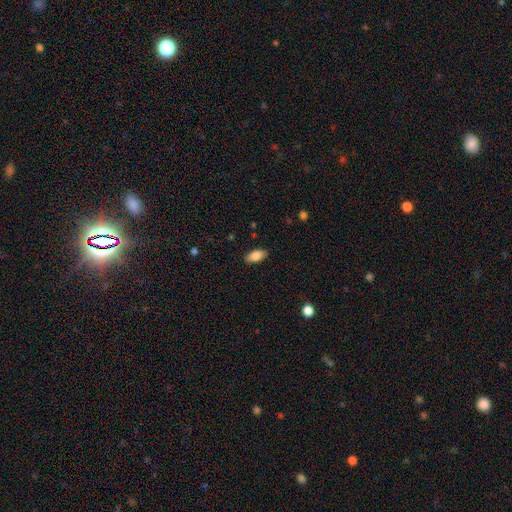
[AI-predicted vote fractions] Smooth or featured?
  - smooth: 86% *
  - featured or disk: 7%
  - star or artifact: 7%
How rounded?
  - in between: 92% *
  - cigar-shaped: 5%
  - round: 3%
Merging?
  - none: 87% *
  - minor disturbance: 9%
  - major disturbance: 2%
  - merger: 1%